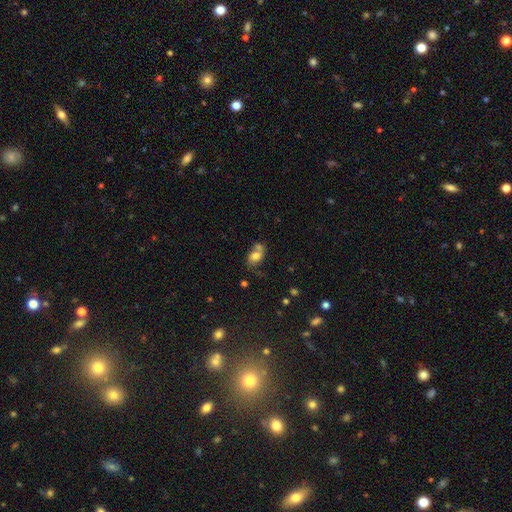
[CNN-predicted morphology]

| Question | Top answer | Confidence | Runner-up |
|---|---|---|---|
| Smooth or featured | smooth | 67% | featured or disk (22%) |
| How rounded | in between | 76% | round (22%) |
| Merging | merger | 43% | none (34%) |